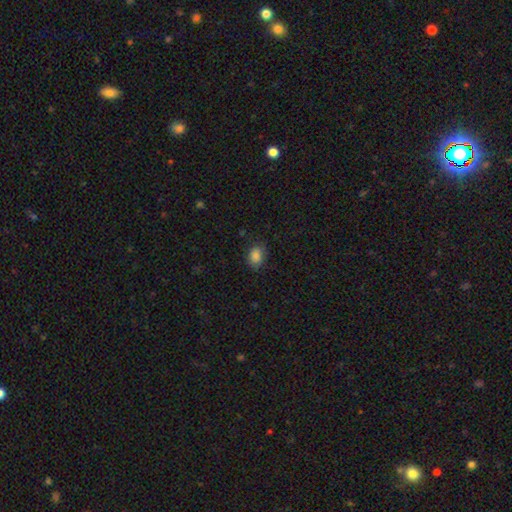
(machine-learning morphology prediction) Smooth or featured? Predicted: smooth (p=0.86). How rounded? Predicted: in between (p=0.70). Merging? Predicted: none (p=0.80).